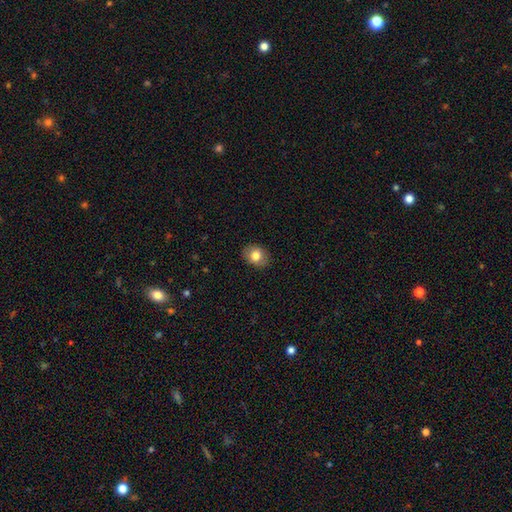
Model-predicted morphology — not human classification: Smooth or featured?
  - smooth: 80% *
  - featured or disk: 11%
  - star or artifact: 9%
How rounded?
  - in between: 57% *
  - round: 42%
  - cigar-shaped: 1%
Merging?
  - none: 89% *
  - minor disturbance: 8%
  - major disturbance: 2%
  - merger: 1%